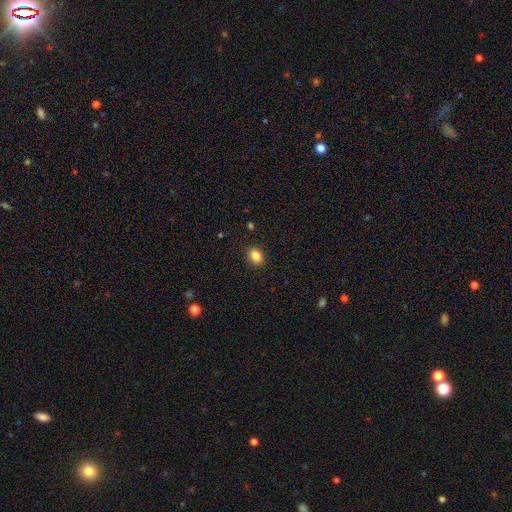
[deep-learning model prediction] Smooth or featured? Predicted: smooth (p=0.84). How rounded? Predicted: in between (p=0.58). Merging? Predicted: none (p=0.89).